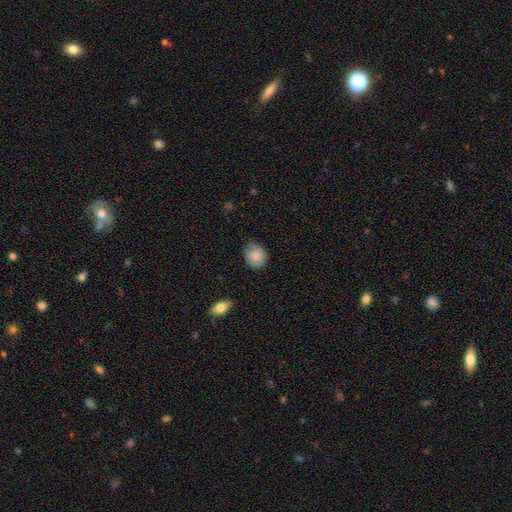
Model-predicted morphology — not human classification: This is clearly a smooth galaxy (85%). How rounded: likely round (60%). Merging: likely none (66%).